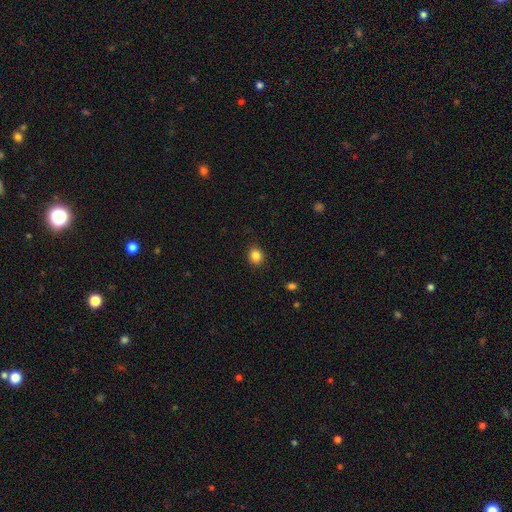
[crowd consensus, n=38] A smooth galaxy with no disk features (84%) that is round (75%). Merging: none (91%).